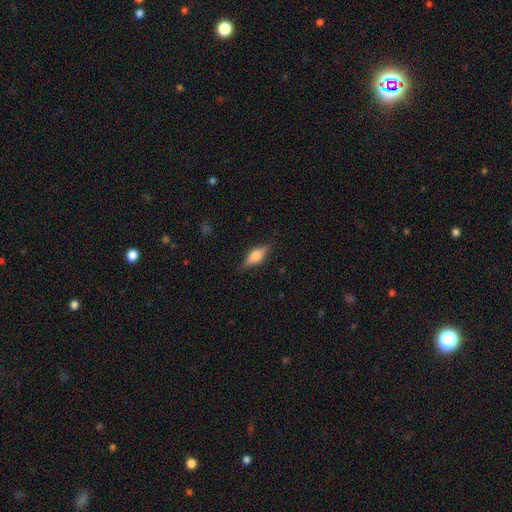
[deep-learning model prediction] smooth-or-featured: smooth: 52% | featured or disk: 40% | star or artifact: 8%
  how-rounded: in between: 66% | cigar-shaped: 30% | round: 5%
  merging: none: 83% | minor disturbance: 13% | major disturbance: 3% | merger: 1%